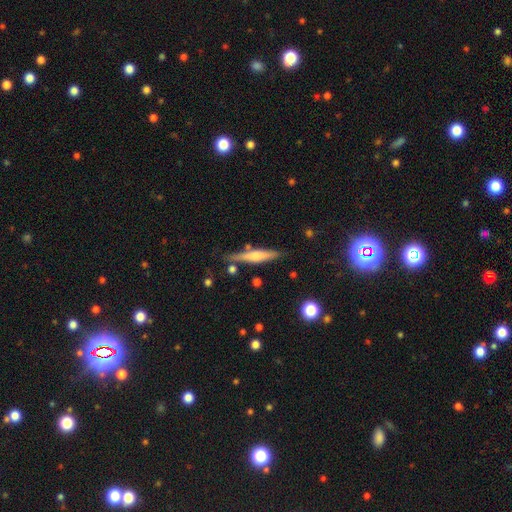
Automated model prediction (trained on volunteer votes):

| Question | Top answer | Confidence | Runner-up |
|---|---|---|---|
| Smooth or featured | smooth | 48% | featured or disk (45%) |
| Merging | none | 77% | minor disturbance (14%) |